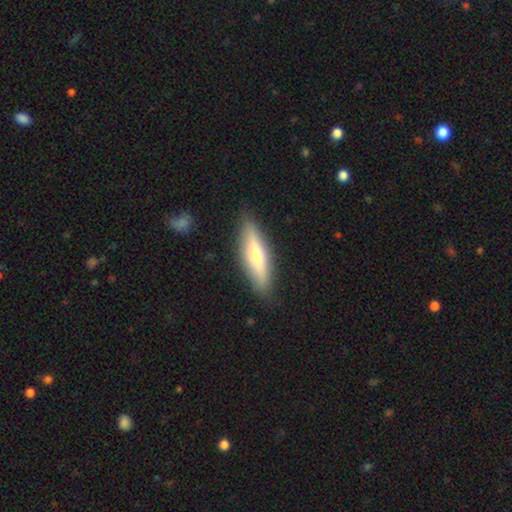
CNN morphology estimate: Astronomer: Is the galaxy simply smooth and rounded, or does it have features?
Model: featured or disk — 50% (runner-up: smooth, 44%).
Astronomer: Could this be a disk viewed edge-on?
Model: yes — 88%.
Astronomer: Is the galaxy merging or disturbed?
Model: none — 87%.